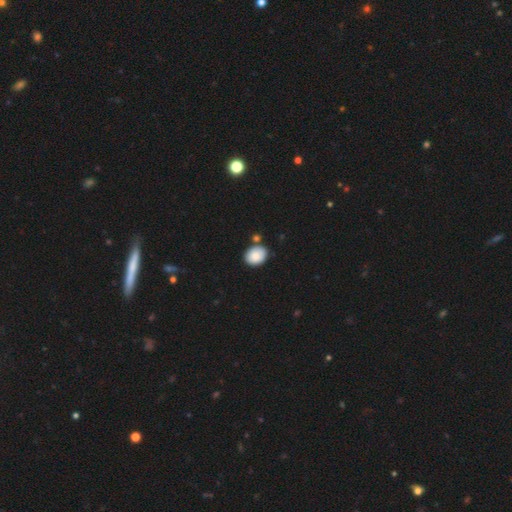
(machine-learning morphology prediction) A smooth galaxy with no disk features (86%) that is in between round and cigar-shaped (56%). Merging: none (74%).